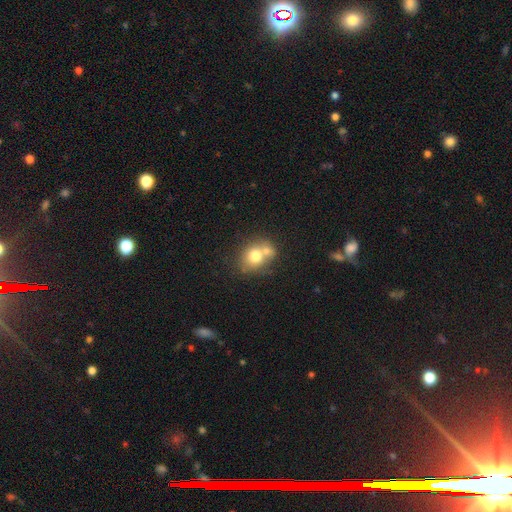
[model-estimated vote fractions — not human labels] A smooth galaxy with no disk features (72%) that is round (67%).

Vote fractions:
- Smooth or featured? smooth: 72% / featured or disk: 18% / star or artifact: 10%
- How rounded? round: 67% / in between: 32% / cigar-shaped: 1%
- Merging? merger: 49% / none: 37% / minor disturbance: 10% / major disturbance: 4%